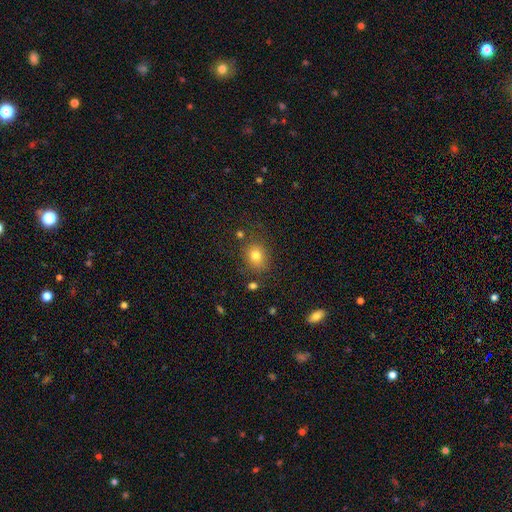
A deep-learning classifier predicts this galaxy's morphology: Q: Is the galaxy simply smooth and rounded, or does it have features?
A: smooth — 77%.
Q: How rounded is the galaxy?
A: round — 65%.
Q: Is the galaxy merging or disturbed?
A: none — 77%.